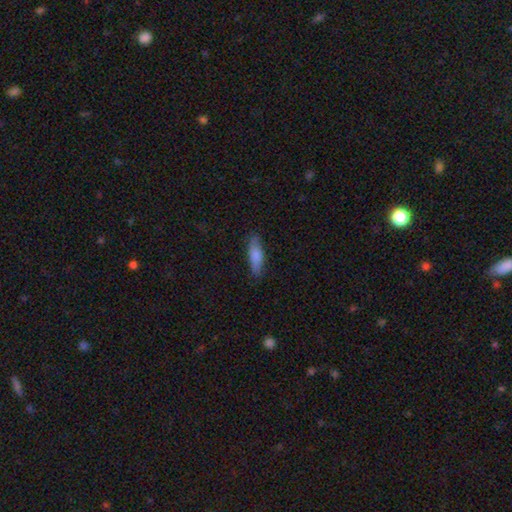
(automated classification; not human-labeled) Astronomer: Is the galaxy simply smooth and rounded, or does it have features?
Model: smooth — 81%.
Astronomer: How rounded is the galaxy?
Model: cigar-shaped — 52% (runner-up: in between, 47%).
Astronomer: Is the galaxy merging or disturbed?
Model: none — 81%.